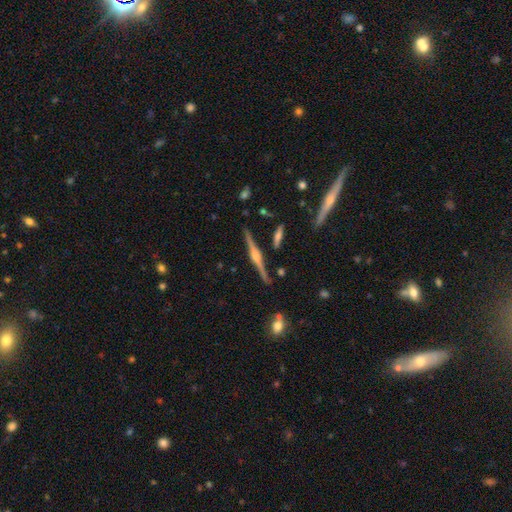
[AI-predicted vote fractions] Smooth or featured?
  - featured or disk: 85% *
  - smooth: 9%
  - star or artifact: 6%
Edge-on disk?
  - yes: 98% *
  - no: 2%
Edge-on bulge?
  - rounded: 79% *
  - boxy: 17%
  - none: 4%
Merging?
  - none: 87% *
  - minor disturbance: 9%
  - merger: 2%
  - major disturbance: 2%